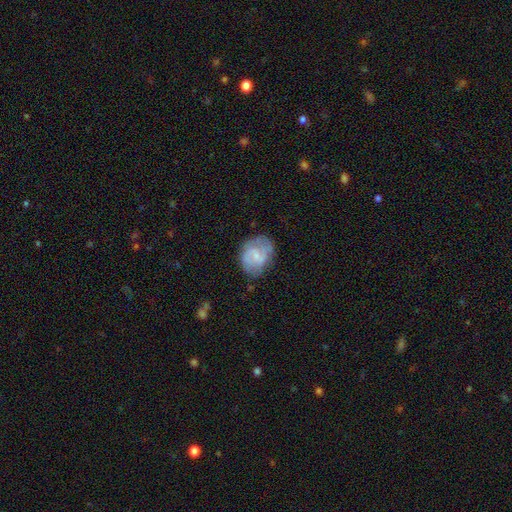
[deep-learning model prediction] Morphology: type=featured or disk (61%); edge-on=no (98%); bar=weak (56%); spiral arms=yes (82%); bulge=small (58%); merging=none (66%).